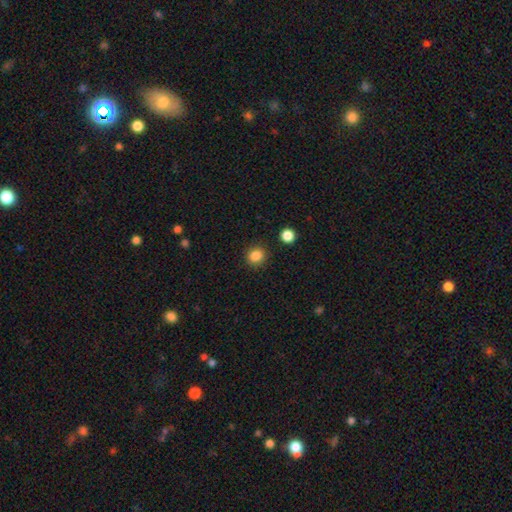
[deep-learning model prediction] smooth 86%, star or artifact 11%, featured or disk 4%. Down the decision tree: how rounded — round (83%); merging — none (89%).